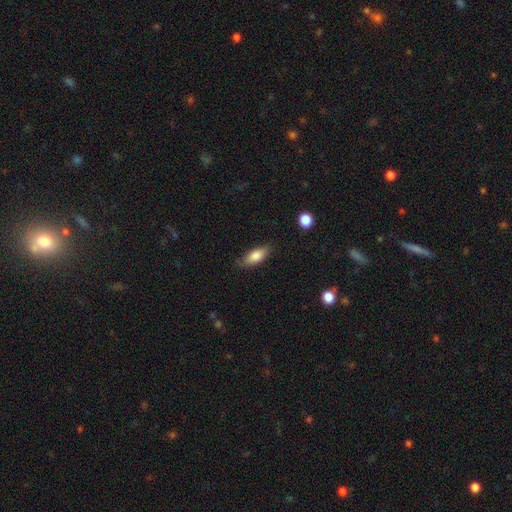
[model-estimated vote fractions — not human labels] Smooth or featured? smooth (80%)
How rounded? in between (78%)
Merging? none (75%)